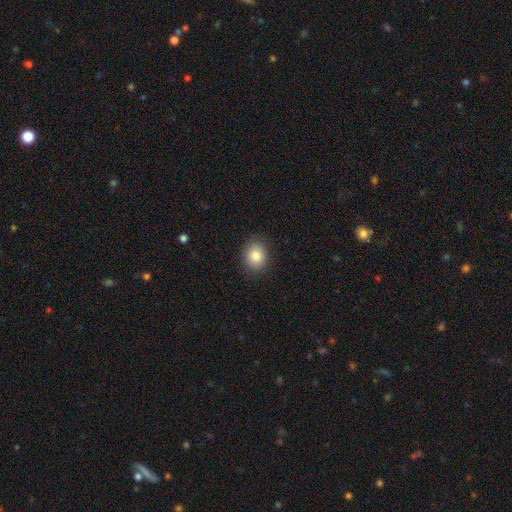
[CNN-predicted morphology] smooth-or-featured: smooth: 85% | star or artifact: 9% | featured or disk: 6%
  how-rounded: round: 55% | in between: 45% | cigar-shaped: 1%
  merging: none: 87% | minor disturbance: 9% | major disturbance: 3% | merger: 1%